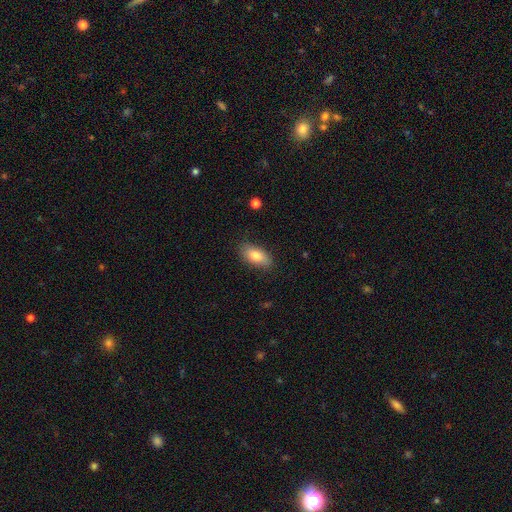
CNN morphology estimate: A smooth galaxy with no disk features (82%) that is in between round and cigar-shaped (90%).

Vote fractions:
- Smooth or featured? smooth: 82% / featured or disk: 12% / star or artifact: 7%
- How rounded? in between: 90% / cigar-shaped: 6% / round: 4%
- Merging? none: 82% / minor disturbance: 14% / major disturbance: 3% / merger: 1%